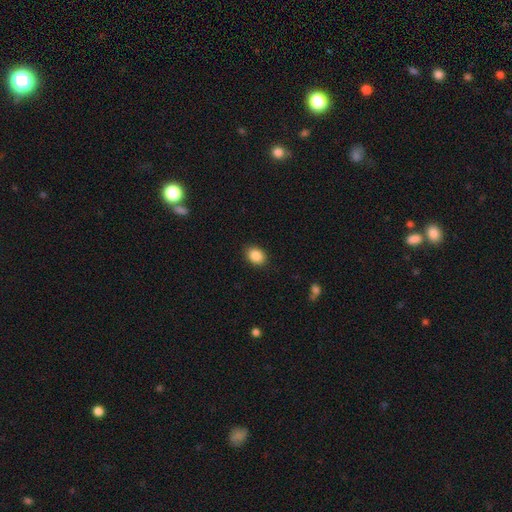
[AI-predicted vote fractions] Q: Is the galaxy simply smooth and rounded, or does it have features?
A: smooth — 88%.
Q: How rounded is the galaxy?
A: in between — 67%.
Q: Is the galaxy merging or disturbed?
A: none — 89%.